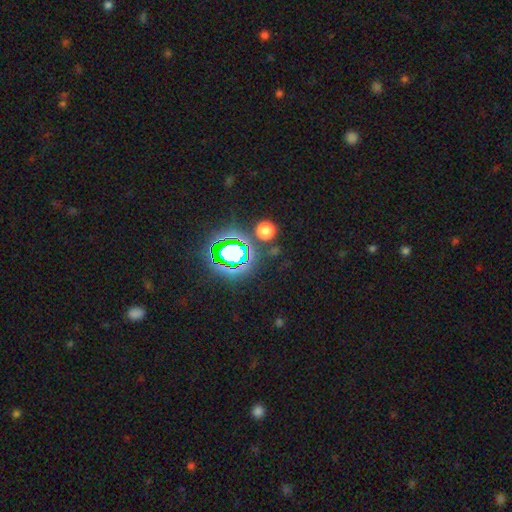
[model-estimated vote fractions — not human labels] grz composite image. It shows a star or artifact, not a galaxy (78%).